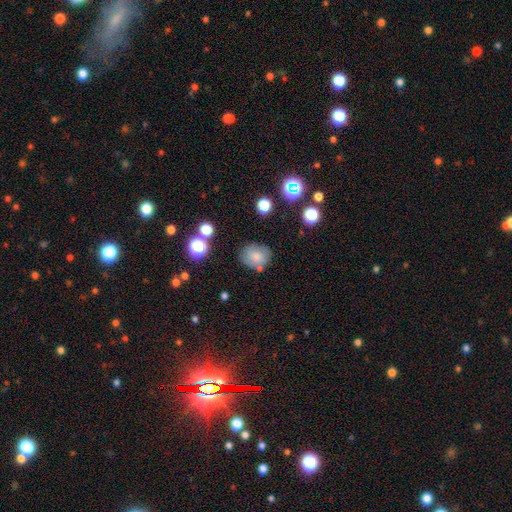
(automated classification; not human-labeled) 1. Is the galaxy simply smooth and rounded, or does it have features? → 70% smooth, 18% featured or disk, 12% star or artifact.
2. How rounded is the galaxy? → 64% round, 35% in between, 1% cigar-shaped.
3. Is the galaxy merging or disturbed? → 69% none, 19% minor disturbance, 6% merger, 6% major disturbance.